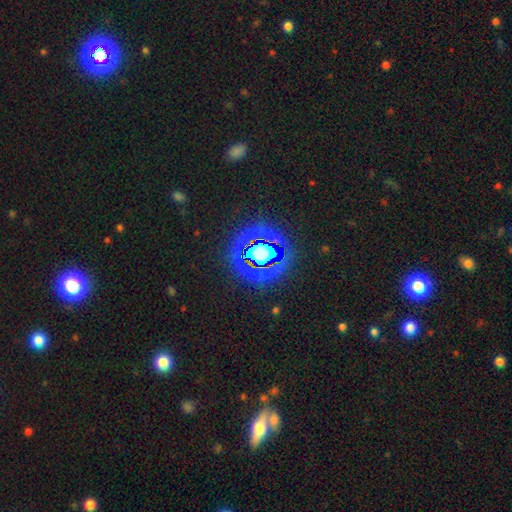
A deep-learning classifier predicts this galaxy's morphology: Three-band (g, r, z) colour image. It shows a star or artifact, not a galaxy (82%).